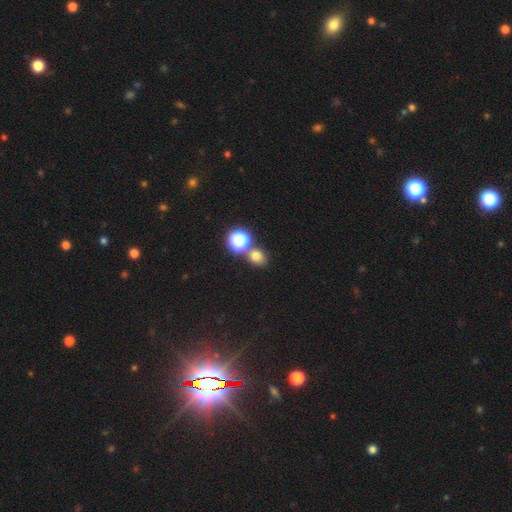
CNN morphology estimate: A smooth galaxy with no disk features (70%) that is round (66%). Merging: none (65%).